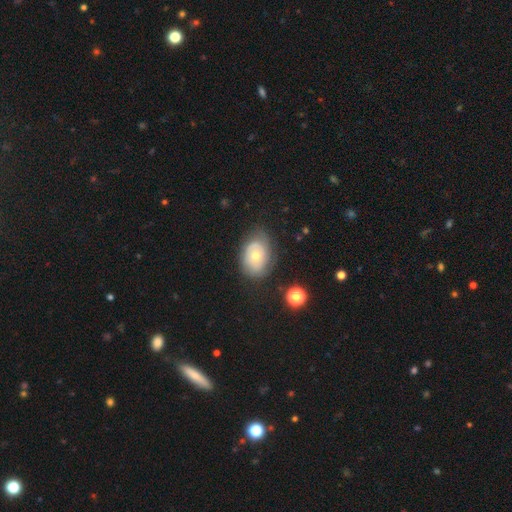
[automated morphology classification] Q: Smooth or featured?
A: featured or disk (57%); runner-up: smooth (34%)
Q: Edge-on disk?
A: no (95%); runner-up: yes (5%)
Q: Bar?
A: no (83%); runner-up: weak (14%)
Q: Spiral arms?
A: yes (67%); runner-up: no (33%)
Q: Bulge size?
A: moderate (59%); runner-up: small (36%)
Q: Merging?
A: none (69%); runner-up: minor disturbance (22%)